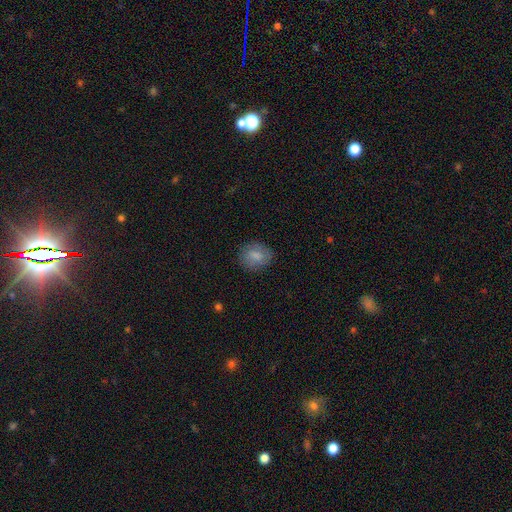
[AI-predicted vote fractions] Smooth or featured? Predicted: smooth (p=0.78). How rounded? Predicted: round (p=0.60). Merging? Predicted: none (p=0.81).